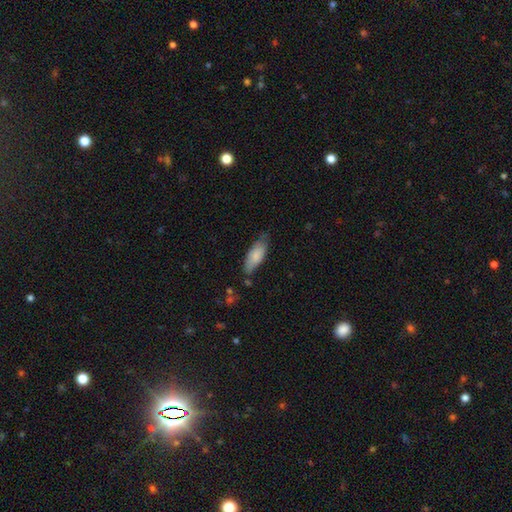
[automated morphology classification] Smooth or featured? Predicted: smooth (p=0.81). How rounded? Predicted: in between (p=0.75). Merging? Predicted: none (p=0.59).